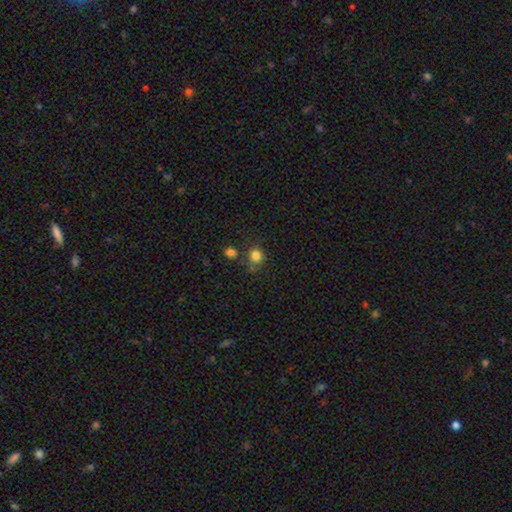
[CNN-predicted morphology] smooth-or-featured: smooth: 82% | star or artifact: 13% | featured or disk: 6%
  how-rounded: round: 88% | in between: 11% | cigar-shaped: 1%
  merging: none: 69% | merger: 13% | minor disturbance: 13% | major disturbance: 5%